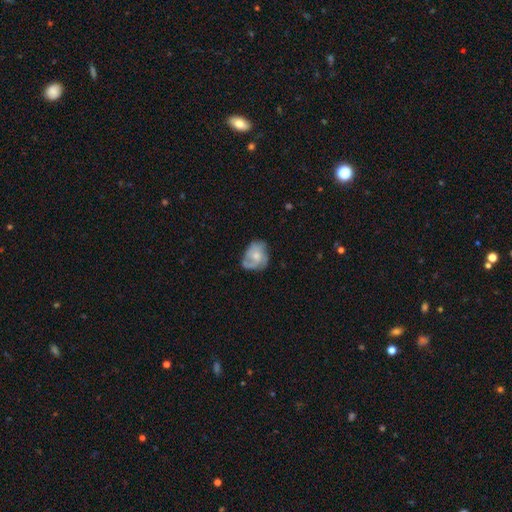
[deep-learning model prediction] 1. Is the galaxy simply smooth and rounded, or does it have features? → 63% featured or disk, 30% smooth, 7% star or artifact.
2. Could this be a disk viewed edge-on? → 98% no, 2% yes.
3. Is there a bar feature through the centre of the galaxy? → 76% no, 21% weak, 3% strong.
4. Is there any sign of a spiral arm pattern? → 83% yes, 17% no.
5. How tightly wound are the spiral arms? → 44% medium, 33% tight, 23% loose.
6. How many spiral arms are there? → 42% 3, 23% can't tell, 17% 2, 9% 4, 6% 1, 4% more than 4.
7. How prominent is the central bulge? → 50% moderate, 39% small, 6% none, 4% large, 1% dominant.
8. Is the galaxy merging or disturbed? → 57% none, 27% minor disturbance, 15% major disturbance, 2% merger.